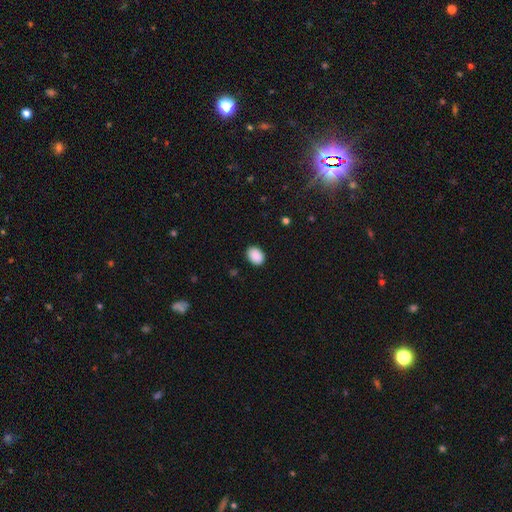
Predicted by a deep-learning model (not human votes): Morphology: type=smooth (90%); roundness=in between (70%); merging=none (89%).